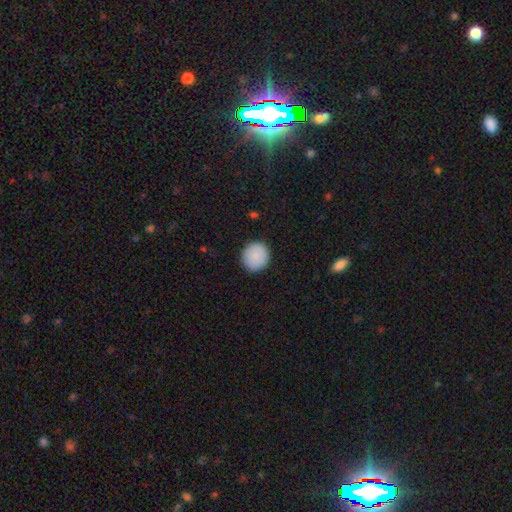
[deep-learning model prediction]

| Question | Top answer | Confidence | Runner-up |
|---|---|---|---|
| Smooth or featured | smooth | 89% | star or artifact (7%) |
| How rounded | round | 91% | in between (8%) |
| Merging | none | 91% | minor disturbance (6%) |